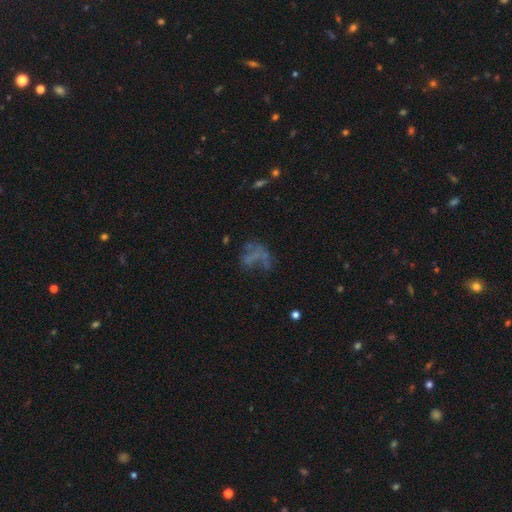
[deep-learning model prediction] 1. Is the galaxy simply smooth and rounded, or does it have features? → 40% featured or disk, 35% smooth, 25% star or artifact.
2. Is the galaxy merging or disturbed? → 37% none (tied), 37% major disturbance (tied), 16% minor disturbance, 10% merger.